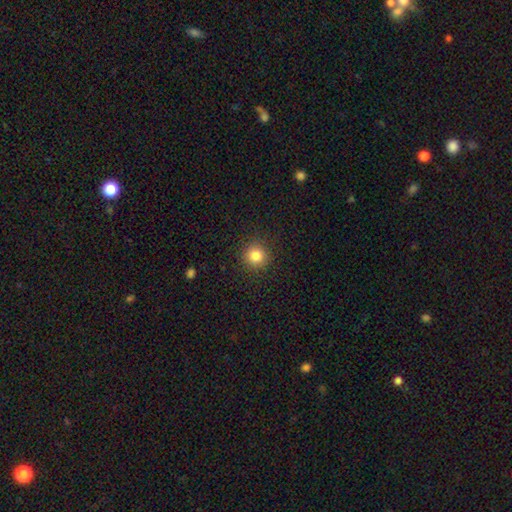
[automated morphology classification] Smooth or featured? smooth (83%)
How rounded? round (94%)
Merging? none (91%)